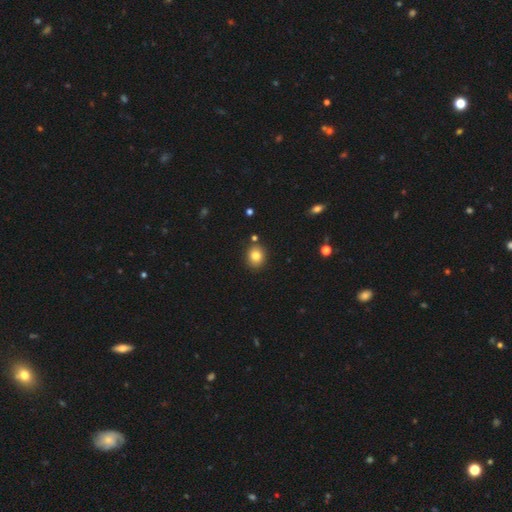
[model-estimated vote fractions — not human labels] This is clearly a smooth galaxy (82%). How rounded: likely round (74%). Merging: clearly none (84%).